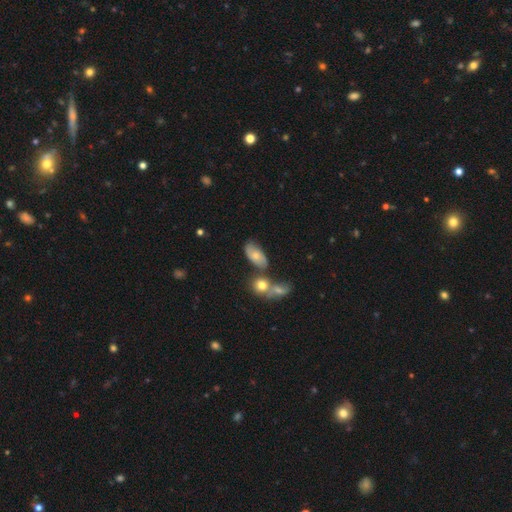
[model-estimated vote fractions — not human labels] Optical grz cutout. It shows a smooth galaxy with no disk features (56%) that is in between round and cigar-shaped (88%). Merging: none (48%).